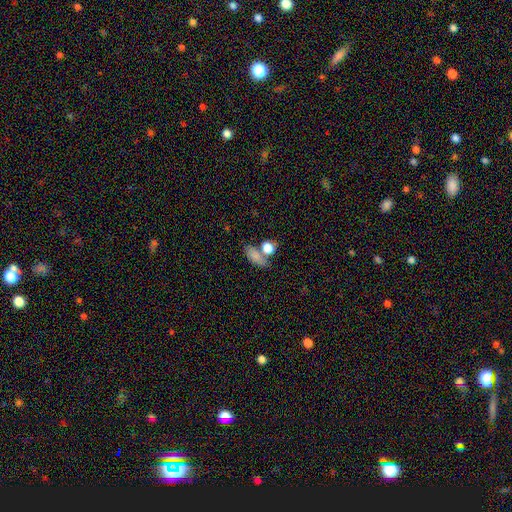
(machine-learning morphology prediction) The model was most divided on "merging": none: 50%, merger: 28%, minor disturbance: 14%, major disturbance: 9%. More confident: smooth or featured — smooth (77%); how rounded — in between (71%).